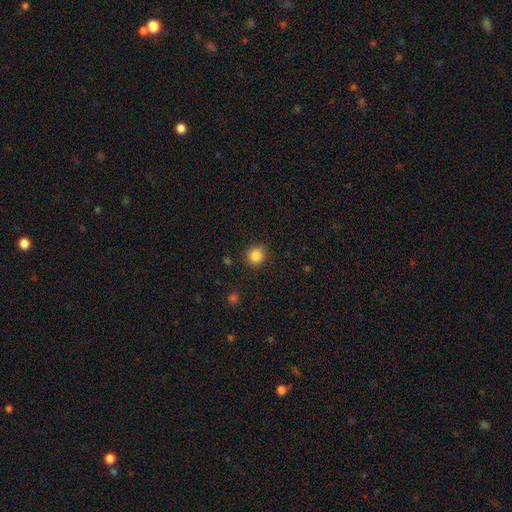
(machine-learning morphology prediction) The model was most divided on "how rounded": round: 83%, in between: 16%, cigar-shaped: 1%. More confident: smooth or featured — smooth (85%); merging — none (85%).